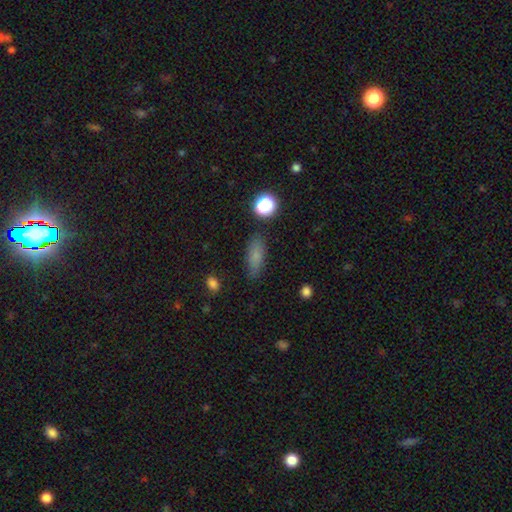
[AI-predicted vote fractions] smooth 78%, star or artifact 12%, featured or disk 10%. Down the decision tree: how rounded — in between (66%); merging — none (80%).